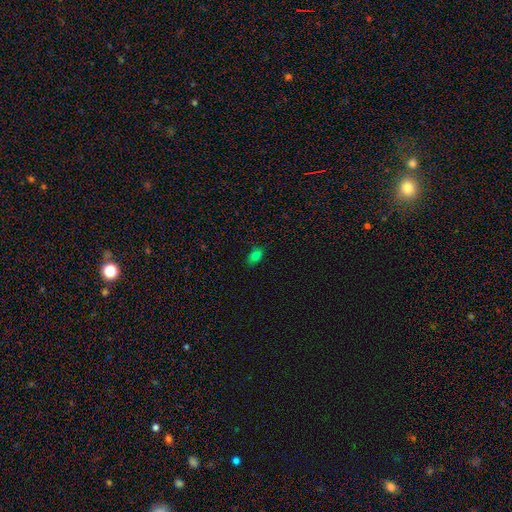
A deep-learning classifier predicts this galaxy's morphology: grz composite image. It shows a smooth galaxy with no disk features (77%) that is in between round and cigar-shaped (80%). Merging: none (84%).